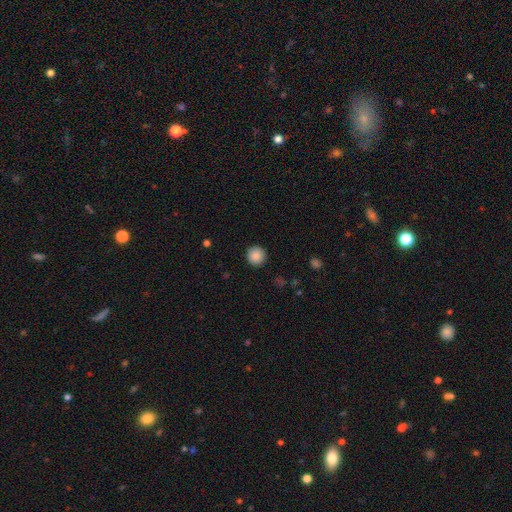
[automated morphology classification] smooth-or-featured: smooth: 87% | star or artifact: 9% | featured or disk: 4%
  how-rounded: round: 95% | in between: 4% | cigar-shaped: 1%
  merging: none: 93% | minor disturbance: 5% | major disturbance: 2% | merger: 1%